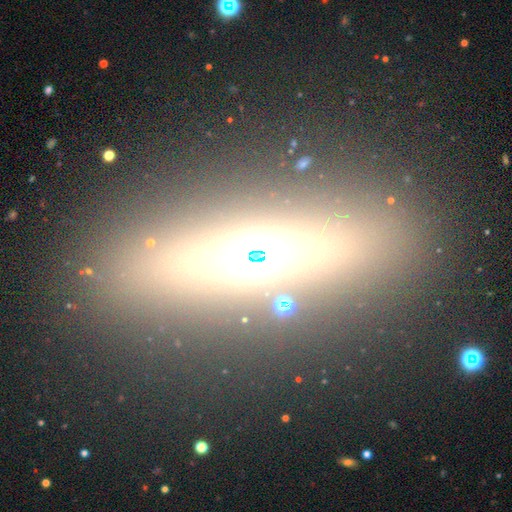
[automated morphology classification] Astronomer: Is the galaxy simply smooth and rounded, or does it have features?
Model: featured or disk — 56%.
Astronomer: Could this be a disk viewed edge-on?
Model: yes — 81%.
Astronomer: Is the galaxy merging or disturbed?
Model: none — 86%.